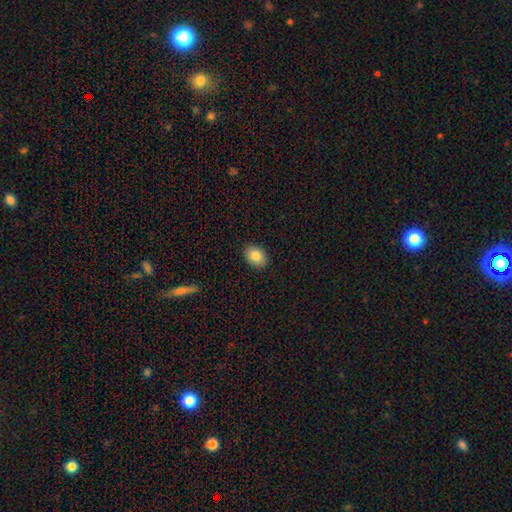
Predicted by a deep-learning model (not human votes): Smooth or featured?
  - smooth: 85% *
  - star or artifact: 8%
  - featured or disk: 7%
How rounded?
  - in between: 72% *
  - round: 27%
  - cigar-shaped: 1%
Merging?
  - none: 90% *
  - minor disturbance: 7%
  - major disturbance: 2%
  - merger: 1%